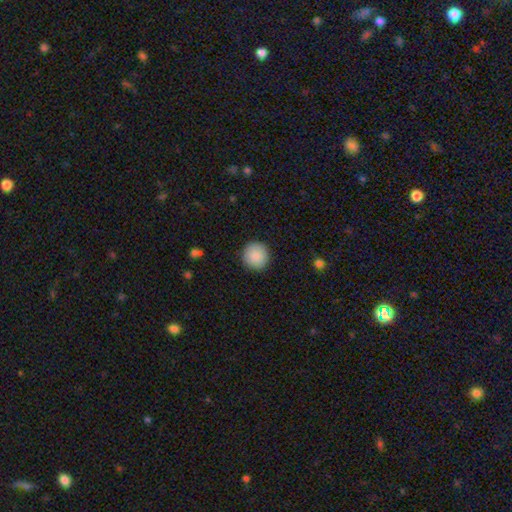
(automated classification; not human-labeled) Smooth or featured? Predicted: smooth (p=0.87). How rounded? Predicted: round (p=0.95). Merging? Predicted: none (p=0.91).